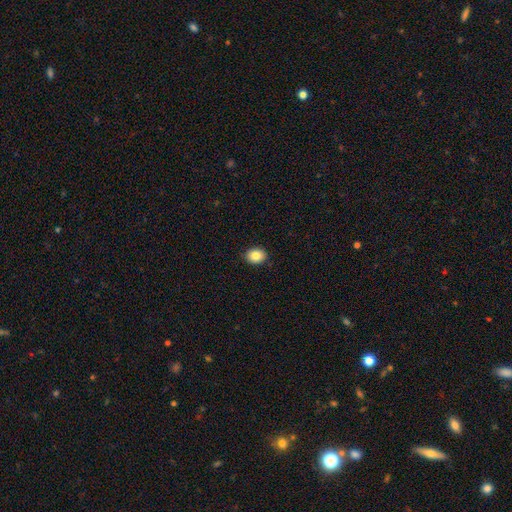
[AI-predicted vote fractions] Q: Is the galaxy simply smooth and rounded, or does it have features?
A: smooth — 85%.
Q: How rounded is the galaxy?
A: in between — 52%.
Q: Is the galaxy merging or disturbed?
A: none — 90%.